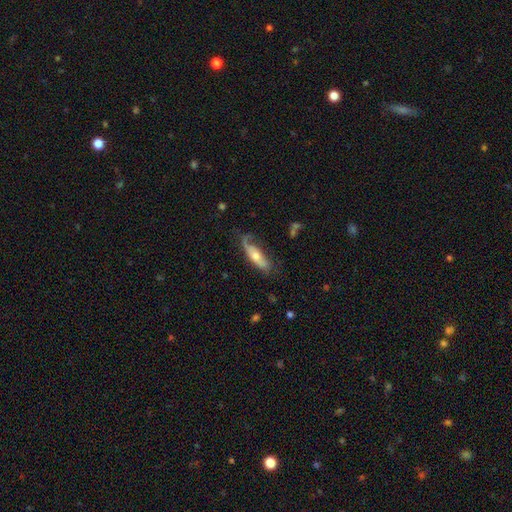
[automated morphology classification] smooth_or_featured: featured or disk (p=0.52) [alt: smooth p=0.42]
disk_edge_on: no (p=0.66) [alt: yes p=0.34]
merging: none (p=0.45) [alt: minor disturbance p=0.28]